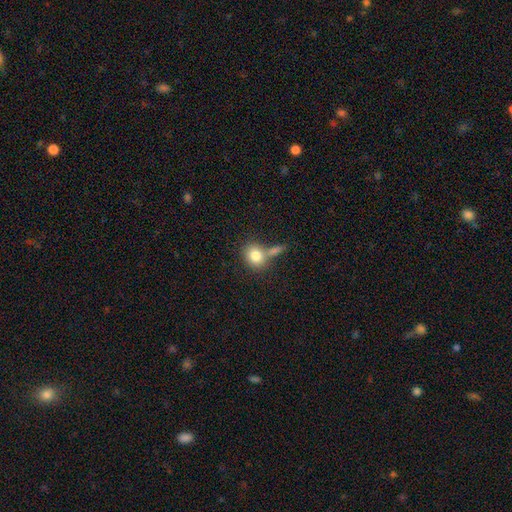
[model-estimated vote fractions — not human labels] The model was most divided on "merging": none: 47%, merger: 35%, minor disturbance: 13%, major disturbance: 6%. More confident: smooth or featured — smooth (81%); how rounded — round (67%).